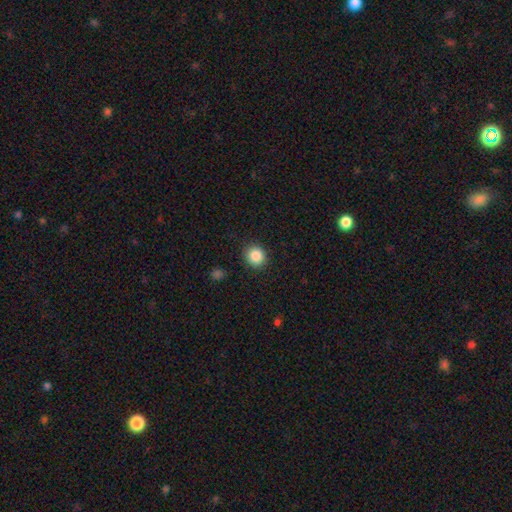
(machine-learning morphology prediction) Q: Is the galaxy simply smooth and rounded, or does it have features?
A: smooth — 87%.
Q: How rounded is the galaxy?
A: round — 84%.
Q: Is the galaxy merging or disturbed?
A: none — 89%.